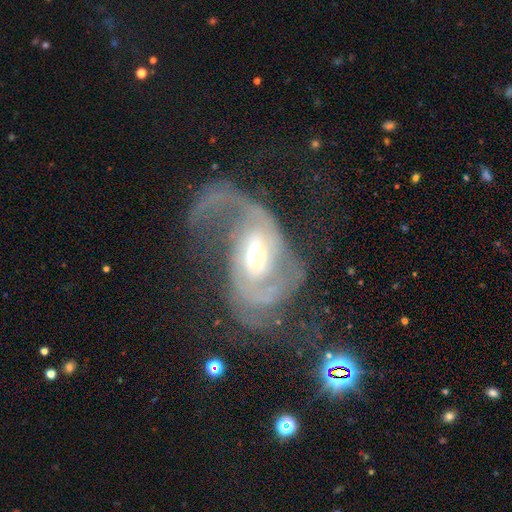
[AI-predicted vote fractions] This appears to be a featured or disk galaxy (82%) with a weak bar (41%), 2 (59%) loose (41%) spiral arms (83%) and a moderate central bulge (62%). Merging: major disturbance (50%).